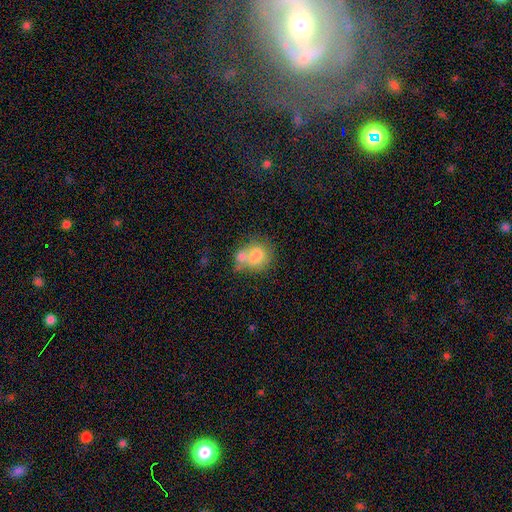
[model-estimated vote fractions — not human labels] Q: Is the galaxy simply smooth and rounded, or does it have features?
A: smooth — 72%.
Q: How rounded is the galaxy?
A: round — 55%.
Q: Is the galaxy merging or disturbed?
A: merger — 52%.